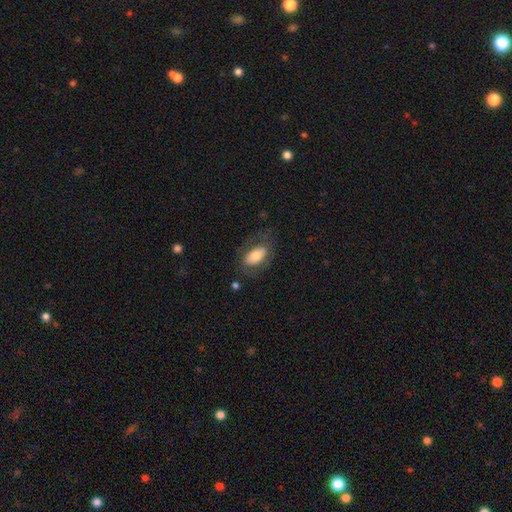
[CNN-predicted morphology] type=smooth (64%); roundness=in between (91%); merging=none (67%).